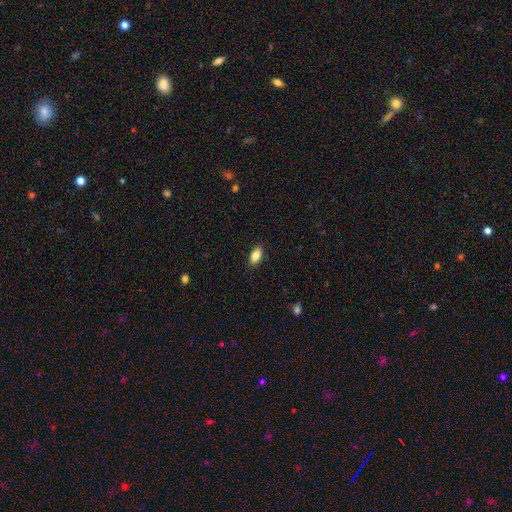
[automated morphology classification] Smooth or featured? Predicted: smooth (p=0.85). How rounded? Predicted: in between (p=0.91). Merging? Predicted: none (p=0.88).